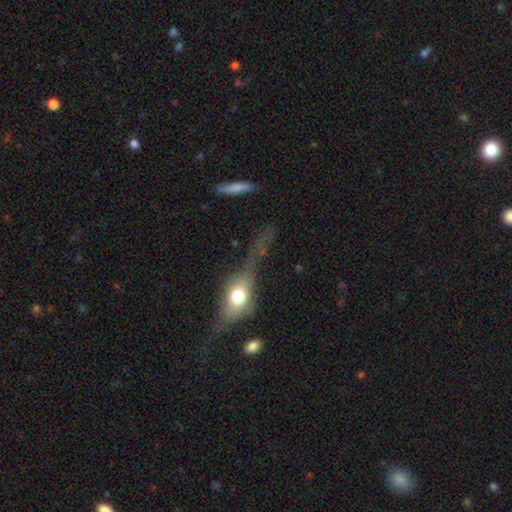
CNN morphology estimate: smooth_or_featured: featured or disk (p=0.66) [alt: smooth p=0.18]
disk_edge_on: yes (p=0.80) [alt: no p=0.20]
edge_on_bulge: rounded (p=0.93) [alt: boxy p=0.04]
merging: none (p=0.54) [alt: major disturbance p=0.19]